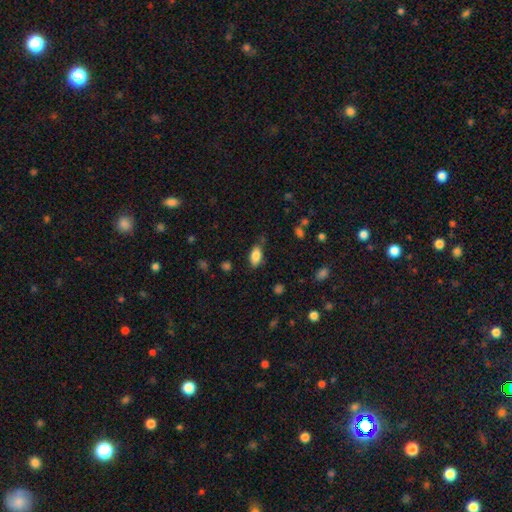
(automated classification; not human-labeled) Smooth or featured?
  - smooth: 84% *
  - featured or disk: 8%
  - star or artifact: 8%
How rounded?
  - in between: 90% *
  - cigar-shaped: 5%
  - round: 5%
Merging?
  - none: 70% *
  - minor disturbance: 22%
  - major disturbance: 5%
  - merger: 2%